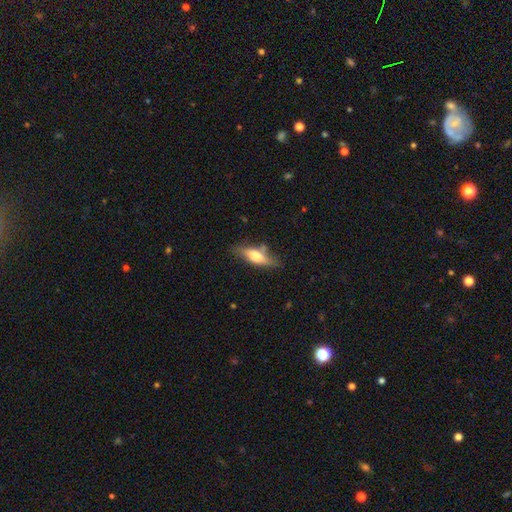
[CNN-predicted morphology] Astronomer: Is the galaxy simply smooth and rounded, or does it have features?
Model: smooth — 63%.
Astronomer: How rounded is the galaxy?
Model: in between — 53% (runner-up: cigar-shaped, 44%).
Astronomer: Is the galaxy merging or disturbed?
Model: none — 65%.